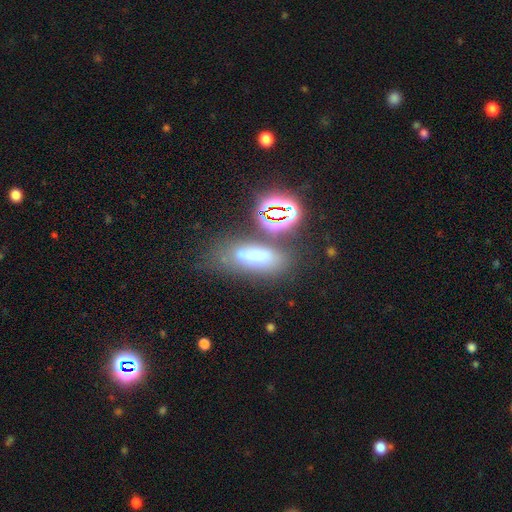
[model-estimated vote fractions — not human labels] Q: Smooth or featured?
A: smooth (46%); runner-up: star or artifact (33%)
Q: Merging?
A: none (58%); runner-up: minor disturbance (18%)